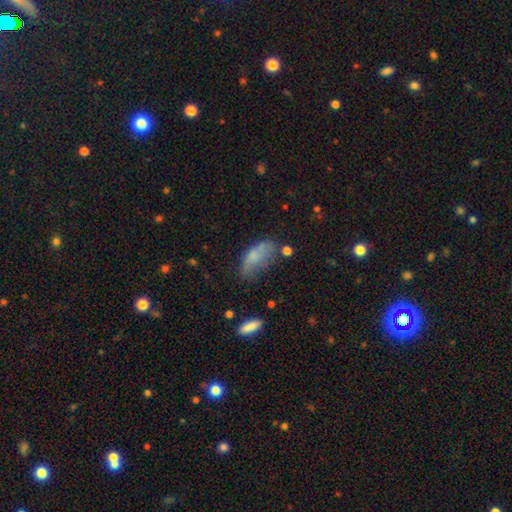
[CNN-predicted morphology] This is likely a smooth galaxy (71%). How rounded: clearly in between (85%). Merging: marginally none (40%).